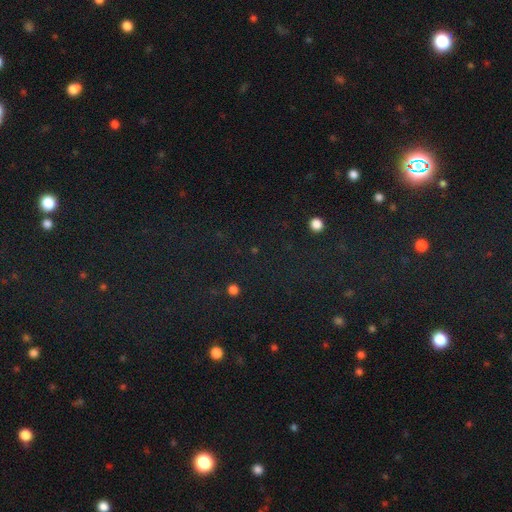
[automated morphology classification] Overall: star or artifact (73%).